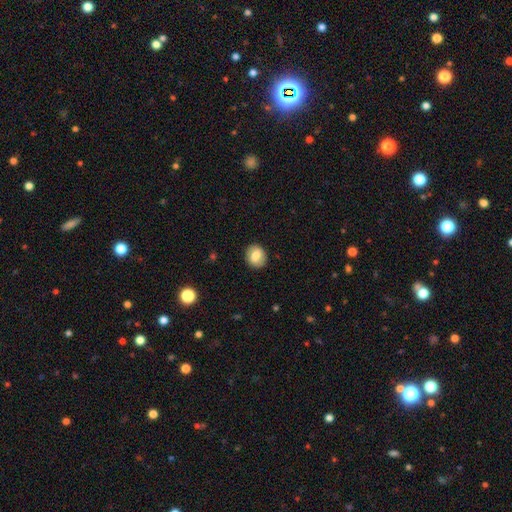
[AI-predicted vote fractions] Smooth or featured?
  - smooth: 76% *
  - featured or disk: 16%
  - star or artifact: 8%
How rounded?
  - round: 67% *
  - in between: 32%
  - cigar-shaped: 1%
Merging?
  - none: 88% *
  - minor disturbance: 9%
  - major disturbance: 3%
  - merger: 1%